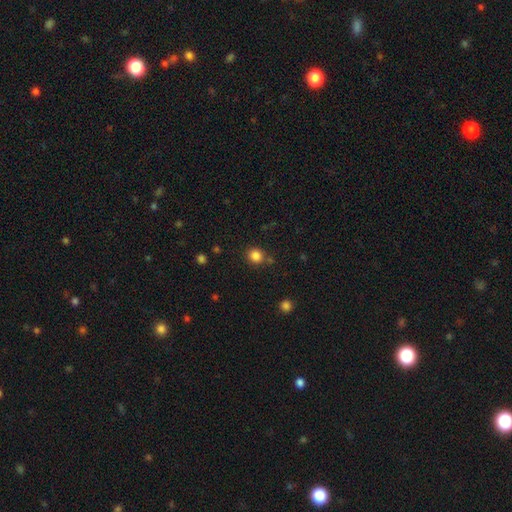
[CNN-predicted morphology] Smooth or featured?
  - smooth: 84% *
  - star or artifact: 12%
  - featured or disk: 4%
How rounded?
  - round: 82% *
  - in between: 17%
  - cigar-shaped: 1%
Merging?
  - none: 78% *
  - minor disturbance: 11%
  - merger: 7%
  - major disturbance: 4%